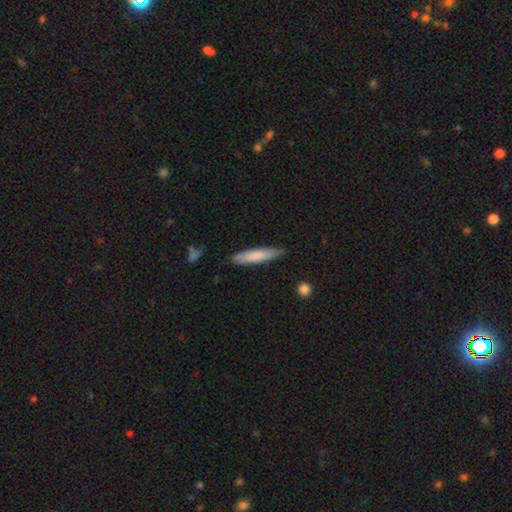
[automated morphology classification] Smooth or featured: smooth — 77% (featured or disk — 17%)
How rounded: cigar-shaped — 89% (in between — 10%)
Merging: none — 85% (minor disturbance — 12%)